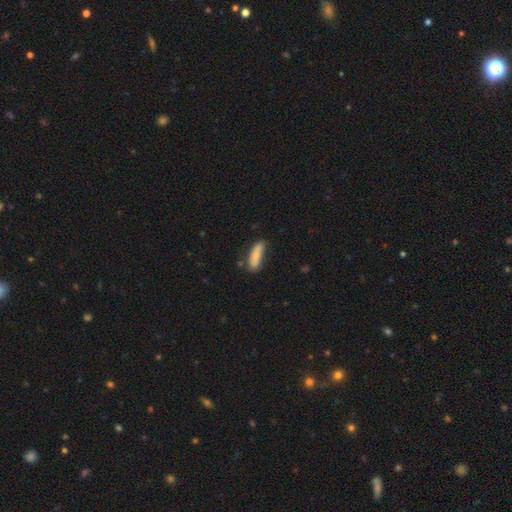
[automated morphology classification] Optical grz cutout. It shows a smooth galaxy with no disk features (71%) that is cigar-shaped (52%). Merging: none (59%).